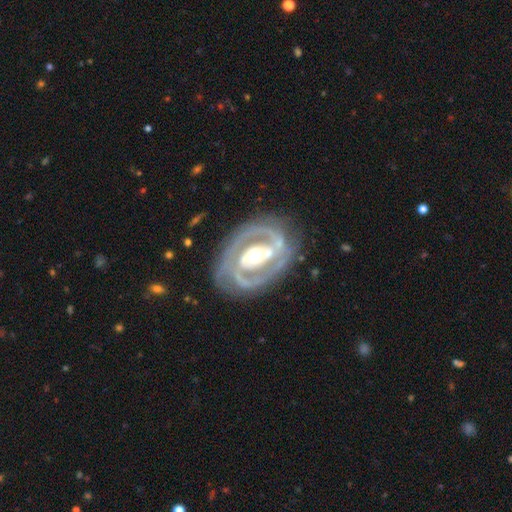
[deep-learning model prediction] The model was most divided on "bar": strong: 39%, no: 31%, weak: 30%. More confident: edge-on disk — no (96%); spiral arms — yes (89%); smooth or featured — featured or disk (89%); spiral arm count — 2 (75%); merging — none (75%); bulge size — moderate (66%); spiral winding — tight (57%).